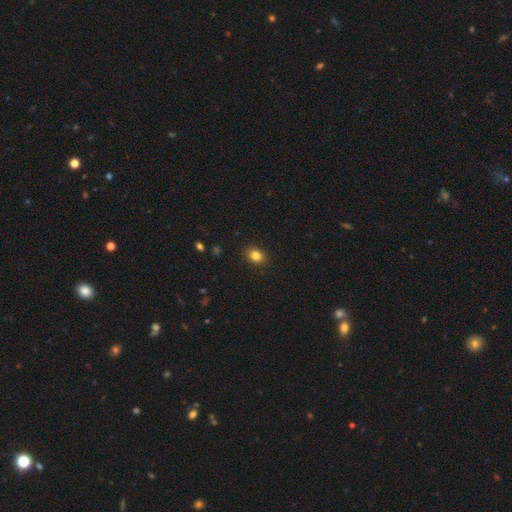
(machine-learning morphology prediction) A smooth galaxy with no disk features (83%) that is in between round and cigar-shaped (57%).

Vote fractions:
- Smooth or featured? smooth: 83% / star or artifact: 11% / featured or disk: 6%
- How rounded? in between: 57% / round: 42% / cigar-shaped: 1%
- Merging? none: 89% / minor disturbance: 8% / major disturbance: 2% / merger: 1%